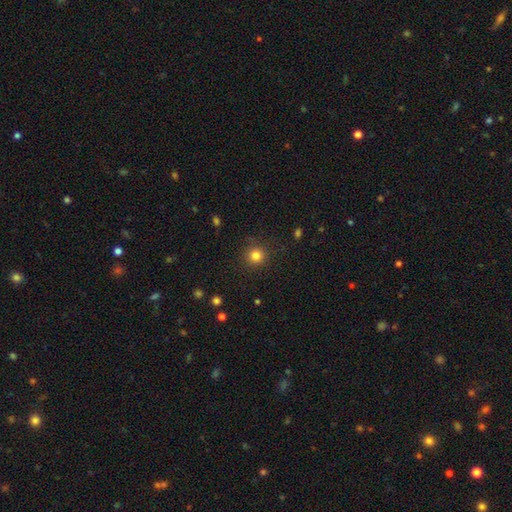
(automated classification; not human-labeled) Smooth or featured? Predicted: smooth (p=0.82). How rounded? Predicted: round (p=0.93). Merging? Predicted: none (p=0.89).